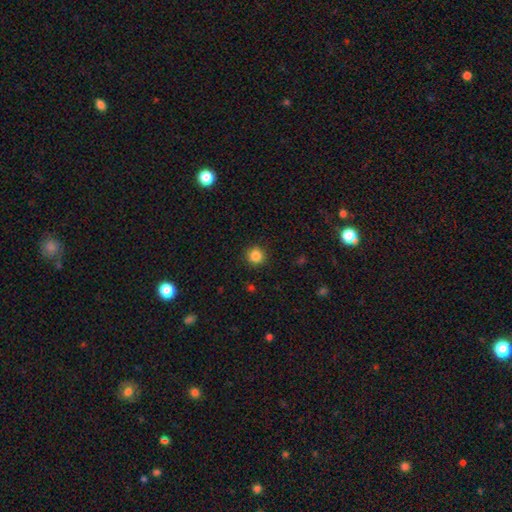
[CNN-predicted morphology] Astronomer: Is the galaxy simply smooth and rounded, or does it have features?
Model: smooth — 85%.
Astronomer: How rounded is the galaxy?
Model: round — 94%.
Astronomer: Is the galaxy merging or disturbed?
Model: none — 91%.